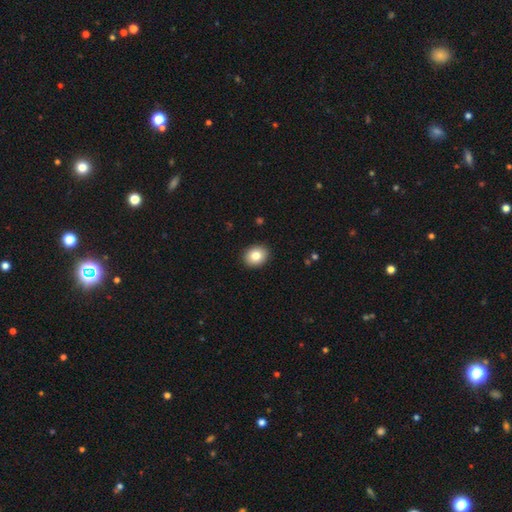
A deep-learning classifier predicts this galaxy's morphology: A smooth galaxy with no disk features (84%) that is round (55%). Merging: none (91%).